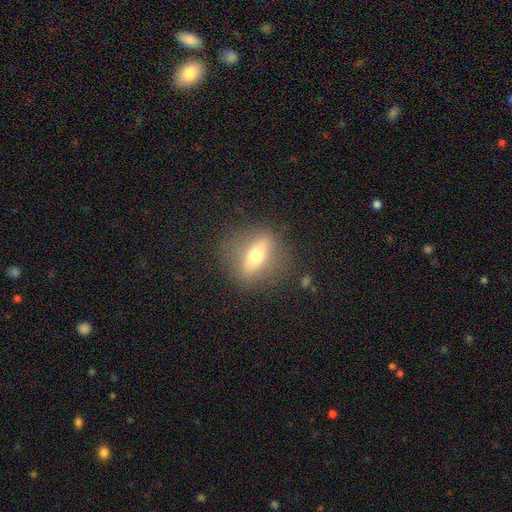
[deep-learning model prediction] The model was most divided on "smooth or featured": featured or disk: 54%, smooth: 37%, star or artifact: 9%. More confident: merging — none (83%); edge-on disk — yes (66%).